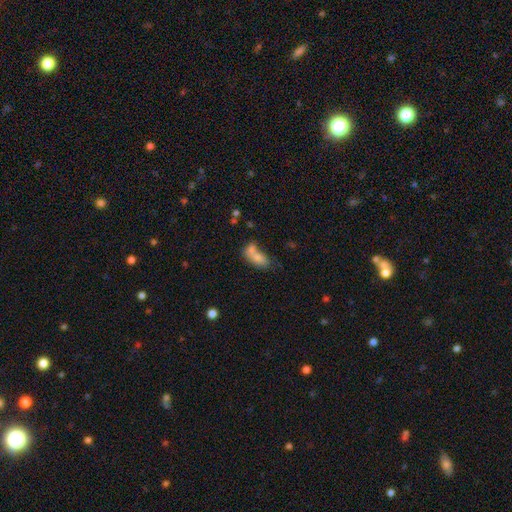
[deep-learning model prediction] Overall: smooth (74%). How rounded: in between (84%). Merging: merger (53%; none 27%).